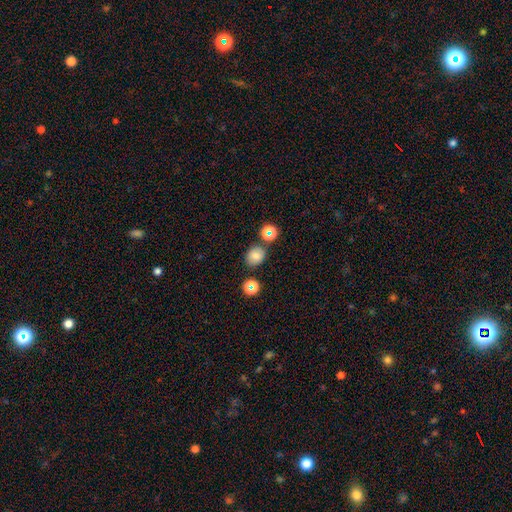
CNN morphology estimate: Smooth or featured? Predicted: smooth (p=0.72). How rounded? Predicted: round (p=0.58). Merging? Predicted: none (p=0.78).